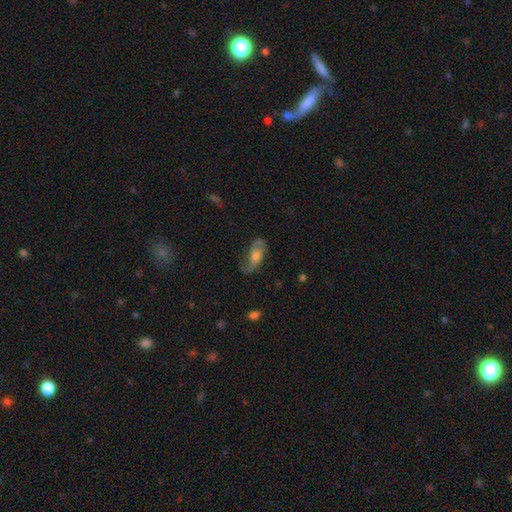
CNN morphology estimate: This appears to be a featured or disk galaxy (60%) with no bar (66%), spiral arms (83%) and a moderate central bulge (51%). Merging: none (55%).